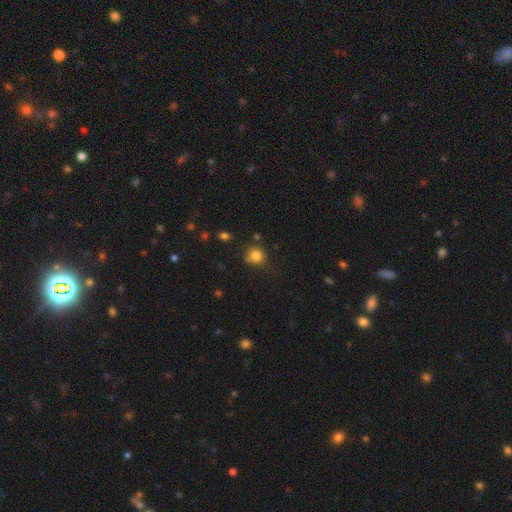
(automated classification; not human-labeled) Morphology: type=smooth (82%); roundness=round (86%); merging=none (73%).